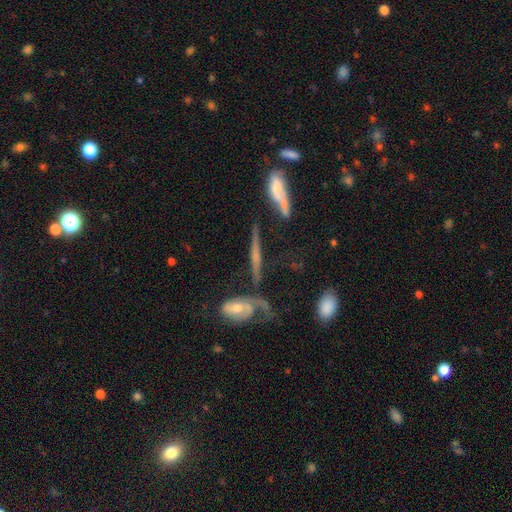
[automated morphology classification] Overall: featured or disk (69%). Edge-on disk: yes (82%). Edge-on bulge: rounded (66%). Merging: none (50%; merger 19%).